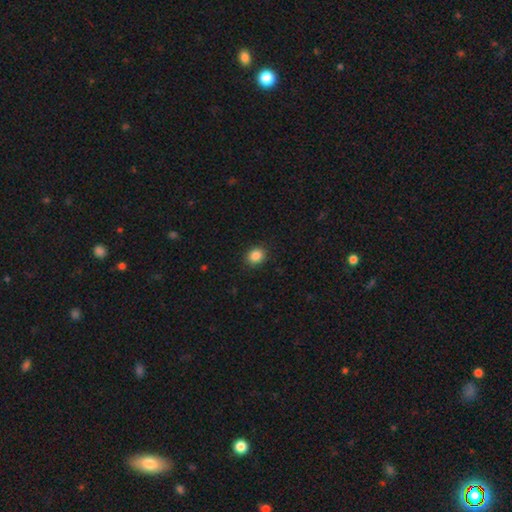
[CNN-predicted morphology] A smooth galaxy with no disk features (86%) that is round (62%). Merging: none (89%).